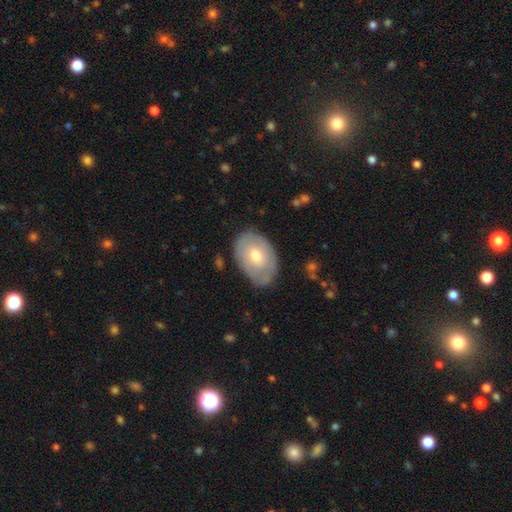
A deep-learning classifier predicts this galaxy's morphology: Overall: smooth (59%; featured or disk 36%). How rounded: in between (86%). Merging: none (73%).